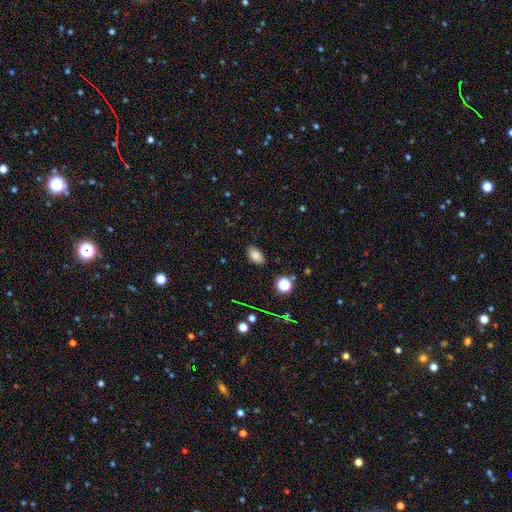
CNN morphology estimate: smooth-or-featured: smooth: 82% | star or artifact: 12% | featured or disk: 5%
  how-rounded: in between: 89% | round: 9% | cigar-shaped: 2%
  merging: none: 86% | minor disturbance: 10% | major disturbance: 3% | merger: 1%